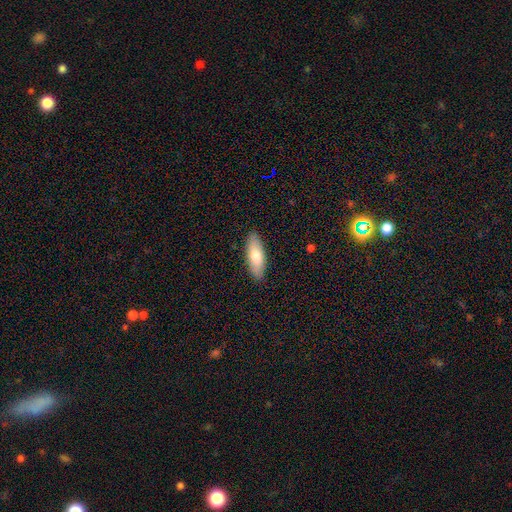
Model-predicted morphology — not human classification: A smooth galaxy with no disk features (74%) that is in between round and cigar-shaped (68%). Merging: none (89%).